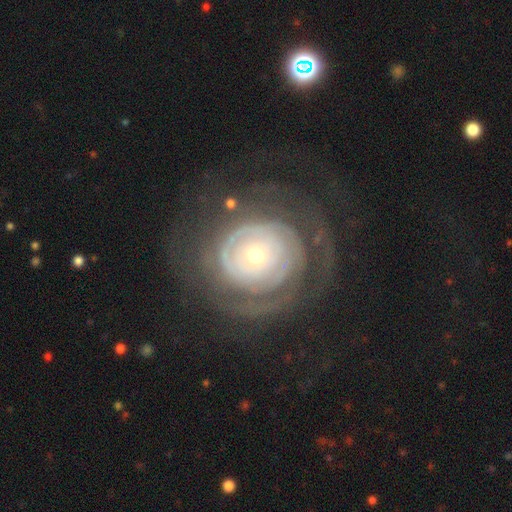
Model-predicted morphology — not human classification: Q: Smooth or featured?
A: featured or disk (81%); runner-up: smooth (13%)
Q: Edge-on disk?
A: no (96%); runner-up: yes (4%)
Q: Bar?
A: no (84%); runner-up: weak (12%)
Q: Spiral arms?
A: yes (81%); runner-up: no (19%)
Q: Spiral winding?
A: tight (78%); runner-up: medium (14%)
Q: Spiral arm count?
A: can't tell (45%); runner-up: 2 (21%)
Q: Bulge size?
A: small (60%); runner-up: moderate (34%)
Q: Merging?
A: none (62%); runner-up: major disturbance (20%)